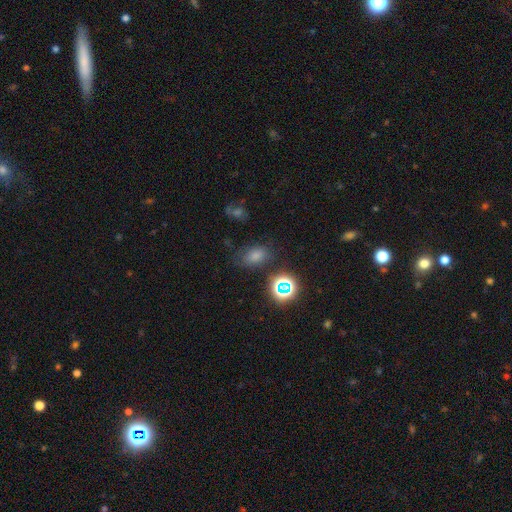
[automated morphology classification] The model was most divided on "smooth or featured": smooth: 50%, star or artifact: 39%, featured or disk: 10%. More confident: merging — none (74%); how rounded — in between (63%).